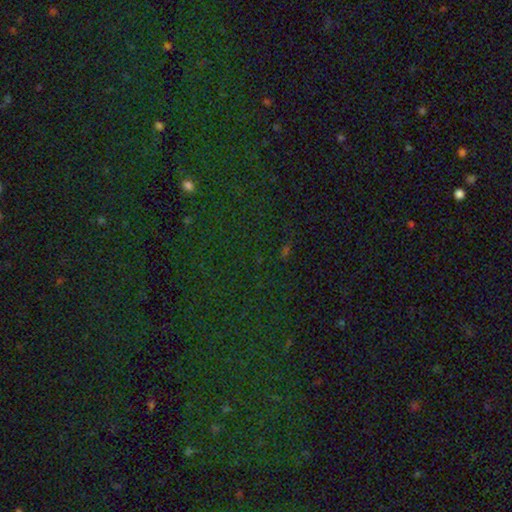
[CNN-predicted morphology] A star or artifact, not a galaxy (82%).